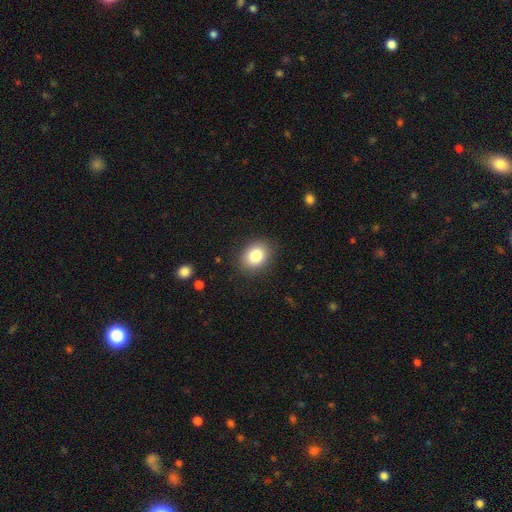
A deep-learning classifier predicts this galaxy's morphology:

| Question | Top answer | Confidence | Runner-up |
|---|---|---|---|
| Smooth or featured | smooth | 83% | star or artifact (9%) |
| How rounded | in between | 51% | round (49%) |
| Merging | none | 88% | minor disturbance (8%) |